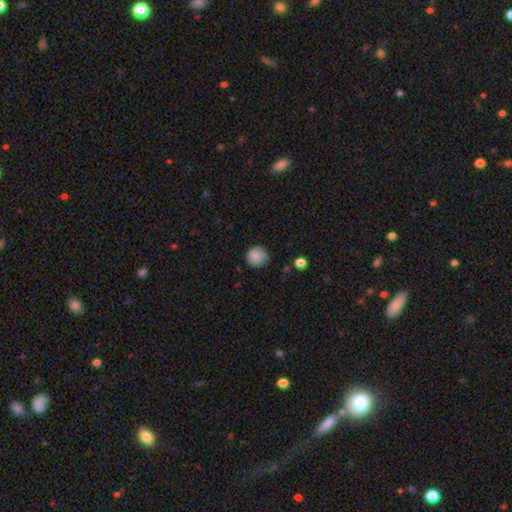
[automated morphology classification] Smooth or featured: smooth — 85% (star or artifact — 9%)
How rounded: round — 91% (in between — 8%)
Merging: none — 71% (minor disturbance — 22%)